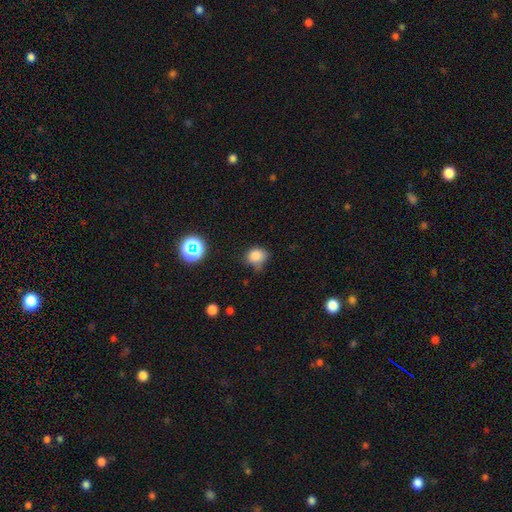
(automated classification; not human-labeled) Overall: smooth (81%). How rounded: round (62%; in between 37%). Merging: none (58%; minor disturbance 31%).